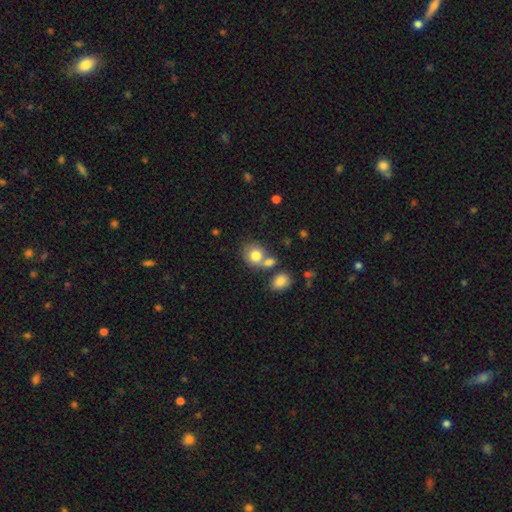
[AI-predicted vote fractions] This is likely a smooth galaxy (80%). How rounded: likely round (69%). Merging: possibly none (47%).